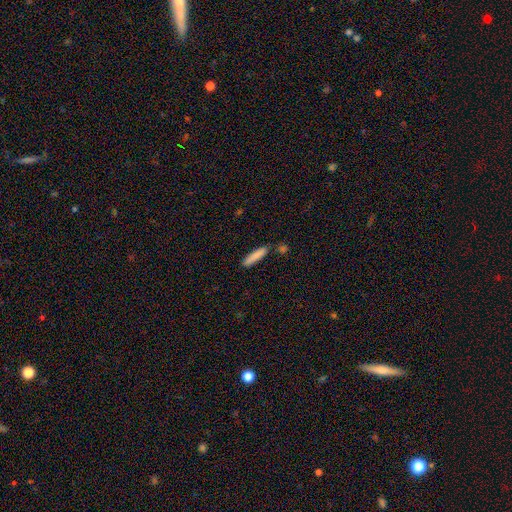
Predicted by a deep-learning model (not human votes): smooth_or_featured: smooth (p=0.84) [alt: featured or disk p=0.09]
how_rounded: cigar-shaped (p=0.86) [alt: in between p=0.12]
merging: none (p=0.79) [alt: minor disturbance p=0.12]